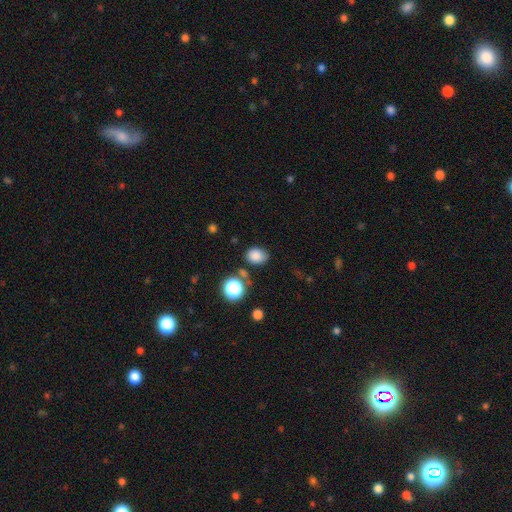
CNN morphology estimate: Smooth or featured: smooth — 81% (star or artifact — 13%)
How rounded: in between — 56% (round — 44%)
Merging: none — 70% (minor disturbance — 18%)